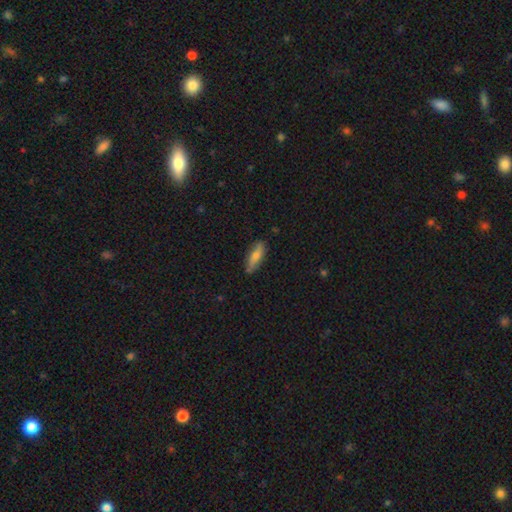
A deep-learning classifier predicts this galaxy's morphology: A smooth galaxy with no disk features (64%) that is in between round and cigar-shaped (51%). Merging: none (81%).